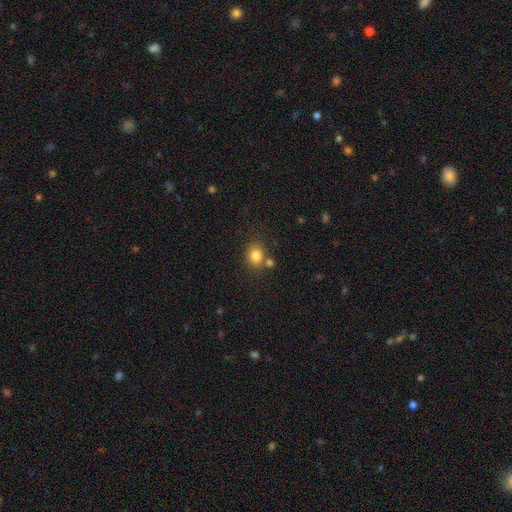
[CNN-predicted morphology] Smooth or featured? smooth (82%)
How rounded? round (62%)
Merging? none (68%)